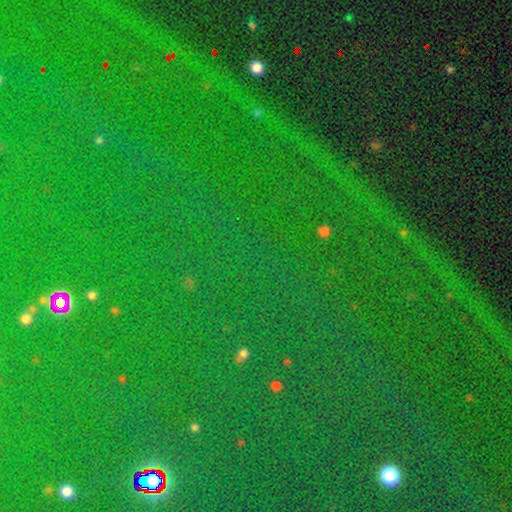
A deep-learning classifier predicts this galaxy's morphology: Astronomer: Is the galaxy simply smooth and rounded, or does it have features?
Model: star or artifact — 86%.